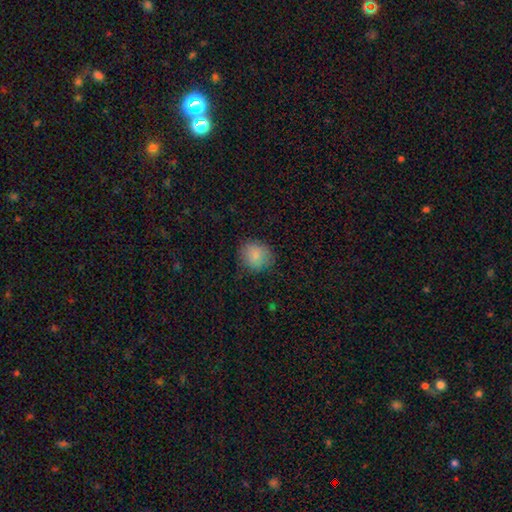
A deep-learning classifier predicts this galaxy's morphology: smooth 84%, star or artifact 9%, featured or disk 7%. Down the decision tree: how rounded — round (79%); merging — none (78%).